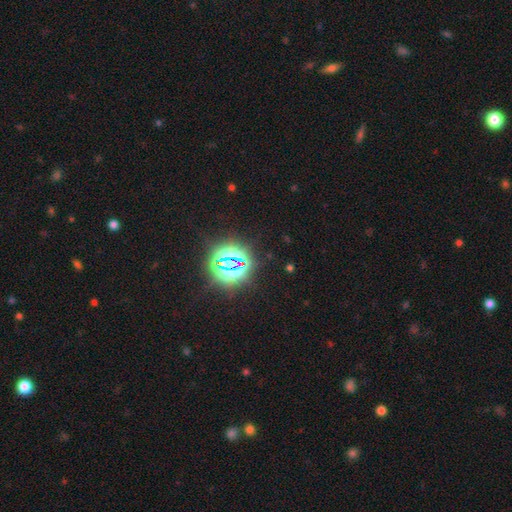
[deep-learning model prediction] smooth_or_featured: star or artifact (p=0.82) [alt: smooth p=0.13]